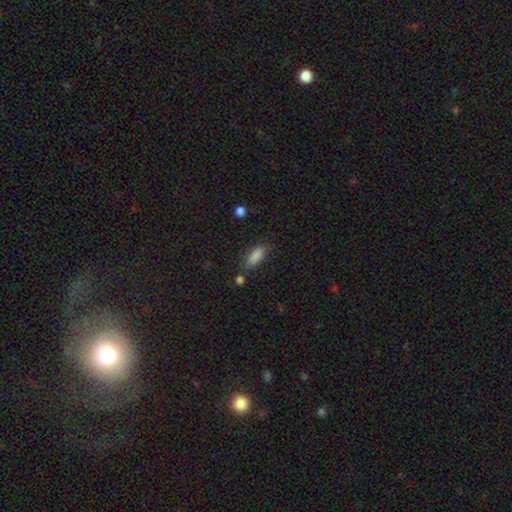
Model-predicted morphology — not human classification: Smooth or featured: smooth — 84% (star or artifact — 9%)
How rounded: in between — 70% (cigar-shaped — 28%)
Merging: none — 71% (minor disturbance — 19%)